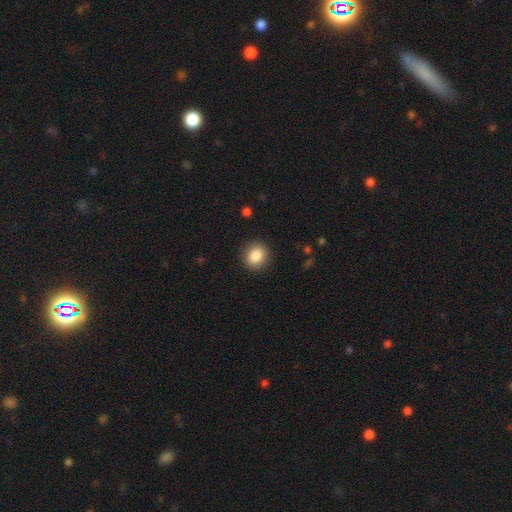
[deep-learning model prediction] This appears to be a smooth galaxy with no disk features (87%) that is round (75%). Merging: none (89%).